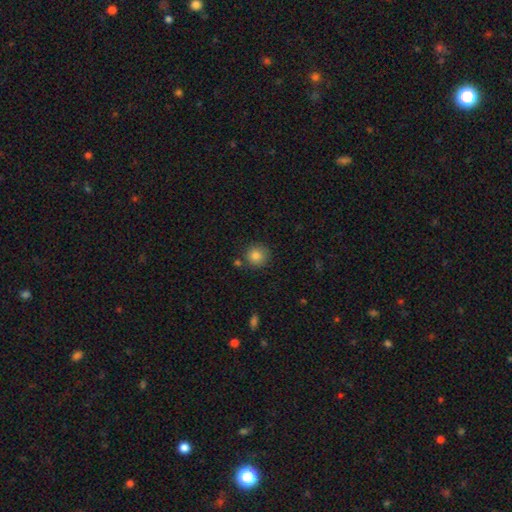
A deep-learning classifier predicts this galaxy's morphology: Smooth or featured: smooth — 84% (star or artifact — 10%)
How rounded: round — 92% (in between — 7%)
Merging: none — 81% (minor disturbance — 10%)